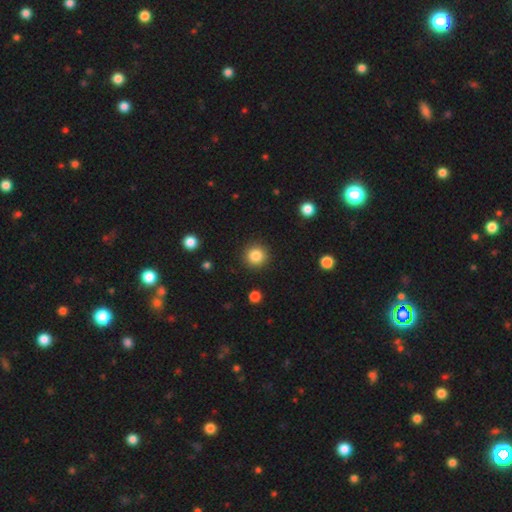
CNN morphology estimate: Smooth or featured?
  - smooth: 85% *
  - star or artifact: 10%
  - featured or disk: 5%
How rounded?
  - round: 95% *
  - in between: 5%
  - cigar-shaped: 1%
Merging?
  - none: 91% *
  - minor disturbance: 6%
  - major disturbance: 2%
  - merger: 1%